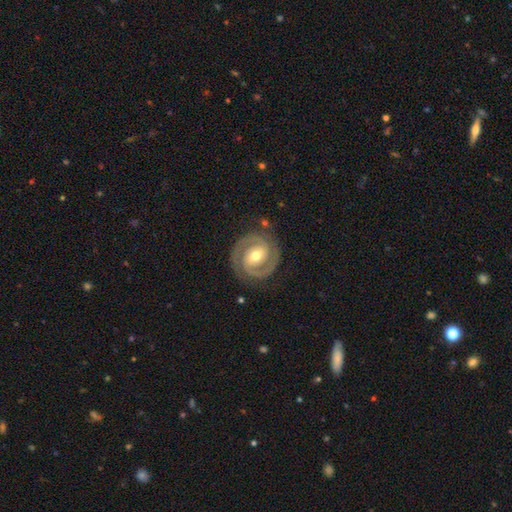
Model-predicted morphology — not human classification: smooth_or_featured: featured or disk (p=0.90) [alt: smooth p=0.06]
disk_edge_on: no (p=0.98) [alt: yes p=0.02]
bar: weak (p=0.41) [alt: no p=0.31]
has_spiral_arms: yes (p=0.97) [alt: no p=0.03]
spiral_winding: tight (p=0.68) [alt: medium p=0.28]
spiral_arm_count: 2 (p=0.92) [alt: can't tell p=0.03]
bulge_size: moderate (p=0.67) [alt: small p=0.28]
merging: none (p=0.86) [alt: minor disturbance p=0.10]